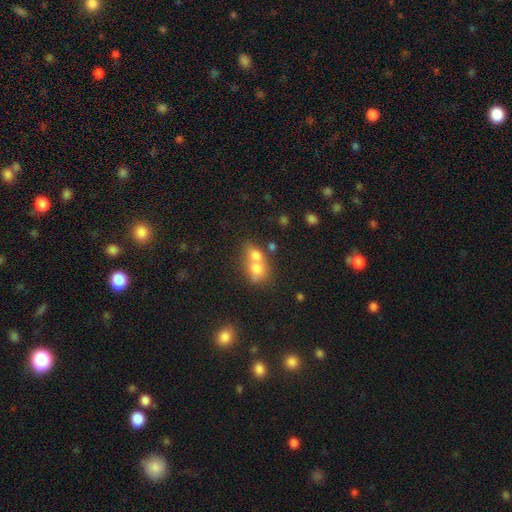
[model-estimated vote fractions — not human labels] smooth-or-featured: smooth: 71% | featured or disk: 18% | star or artifact: 11%
  how-rounded: in between: 53% | round: 45% | cigar-shaped: 2%
  merging: merger: 70% | none: 19% | minor disturbance: 6% | major disturbance: 4%